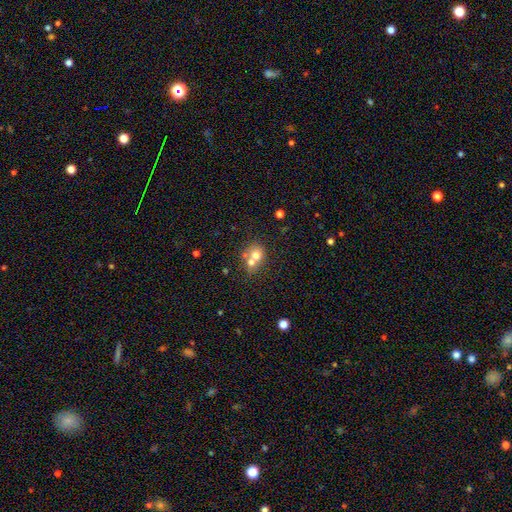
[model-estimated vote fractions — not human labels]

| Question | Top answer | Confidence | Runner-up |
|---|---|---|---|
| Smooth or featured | smooth | 66% | featured or disk (22%) |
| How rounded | round | 72% | in between (27%) |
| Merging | merger | 58% | none (31%) |